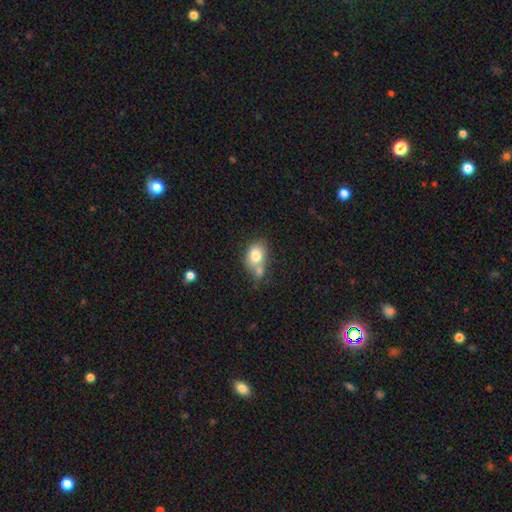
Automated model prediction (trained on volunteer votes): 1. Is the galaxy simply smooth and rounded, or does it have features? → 78% smooth, 13% featured or disk, 9% star or artifact.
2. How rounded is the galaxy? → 65% in between, 34% round, 1% cigar-shaped.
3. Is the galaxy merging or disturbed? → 42% none, 39% merger, 14% minor disturbance, 5% major disturbance.